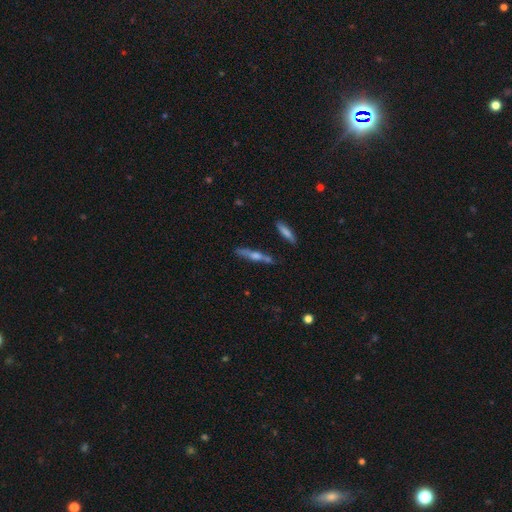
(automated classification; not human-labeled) Smooth or featured? Predicted: featured or disk (p=0.55). Edge-on disk? Predicted: yes (p=0.90). Merging? Predicted: none (p=0.70).